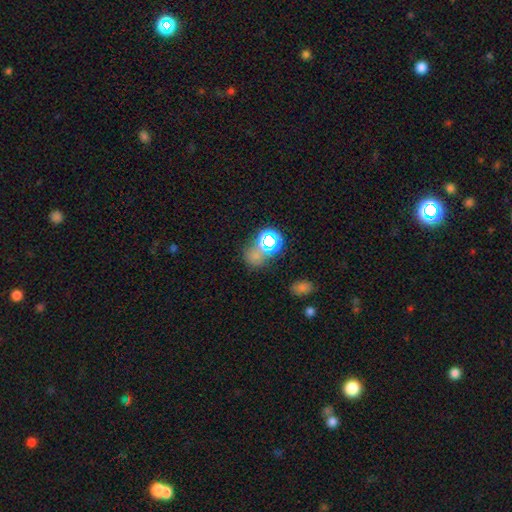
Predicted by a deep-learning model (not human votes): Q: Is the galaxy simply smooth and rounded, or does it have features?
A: smooth — 47%.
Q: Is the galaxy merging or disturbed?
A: none — 55%.